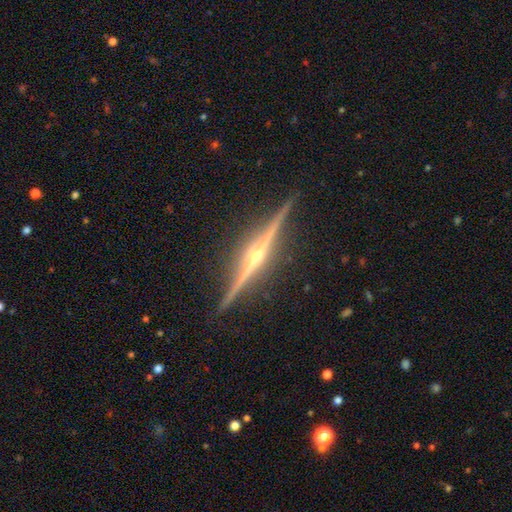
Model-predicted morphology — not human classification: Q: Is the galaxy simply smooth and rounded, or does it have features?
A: featured or disk — 91%.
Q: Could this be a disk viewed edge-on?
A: yes — 99%.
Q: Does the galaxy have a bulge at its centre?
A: rounded — 92%.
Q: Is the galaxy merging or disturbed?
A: none — 91%.